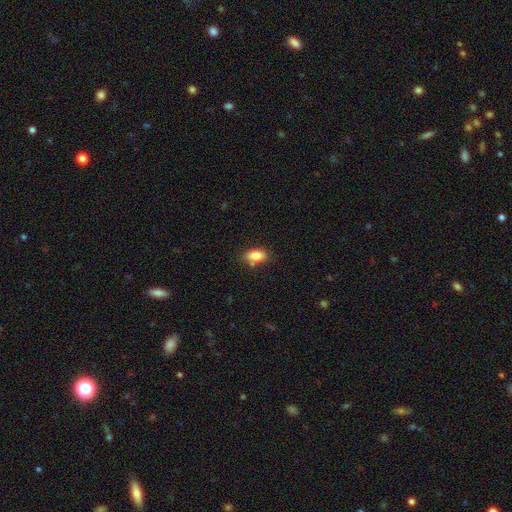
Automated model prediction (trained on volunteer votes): smooth_or_featured: smooth (p=0.84) [alt: featured or disk p=0.08]
how_rounded: in between (p=0.88) [alt: cigar-shaped p=0.07]
merging: none (p=0.74) [alt: minor disturbance p=0.15]